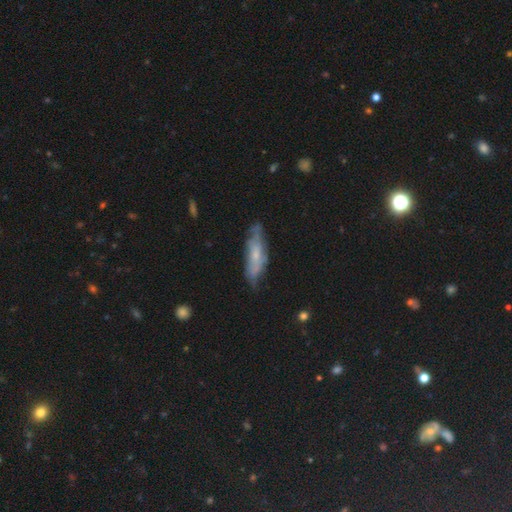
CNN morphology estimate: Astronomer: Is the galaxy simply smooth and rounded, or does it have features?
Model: featured or disk — 51% (runner-up: smooth, 42%).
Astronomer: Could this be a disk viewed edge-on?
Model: no — 67%.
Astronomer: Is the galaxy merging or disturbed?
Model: none — 61%.